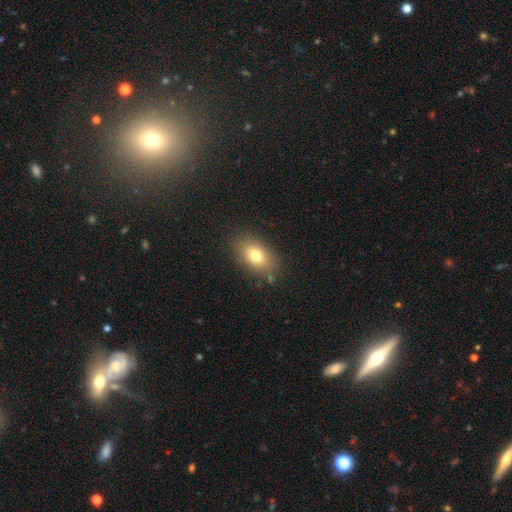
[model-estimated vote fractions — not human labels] This is likely a smooth galaxy (77%). How rounded: clearly in between (85%). Merging: clearly none (81%).